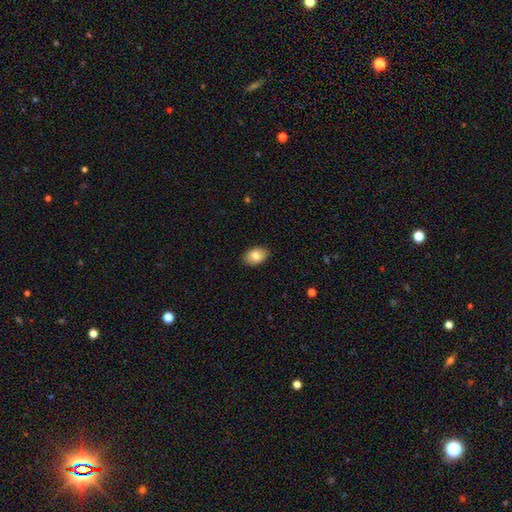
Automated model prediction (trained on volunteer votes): This appears to be a smooth galaxy with no disk features (83%) that is in between round and cigar-shaped (87%). Merging: none (89%).